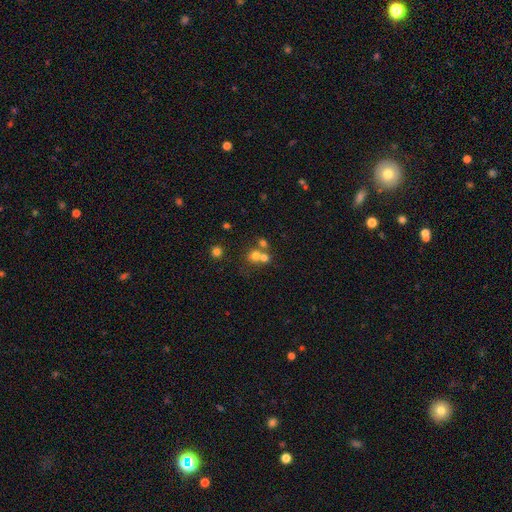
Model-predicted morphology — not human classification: smooth-or-featured: smooth: 66% | star or artifact: 18% | featured or disk: 17%
  how-rounded: round: 79% | in between: 20% | cigar-shaped: 1%
  merging: merger: 52% | none: 37% | minor disturbance: 6% | major disturbance: 4%